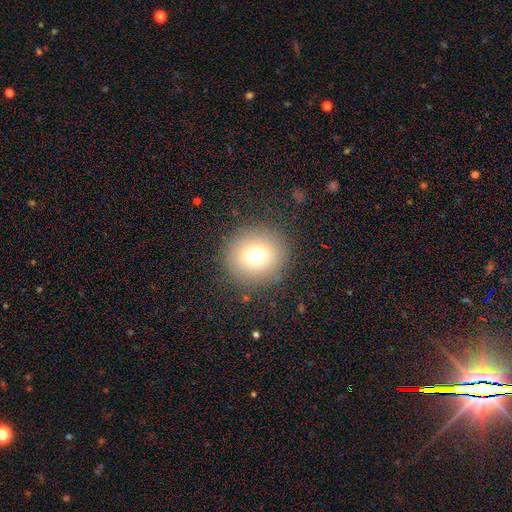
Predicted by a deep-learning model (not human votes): This appears to be a smooth galaxy with no disk features (73%) that is round (92%). Merging: none (88%).